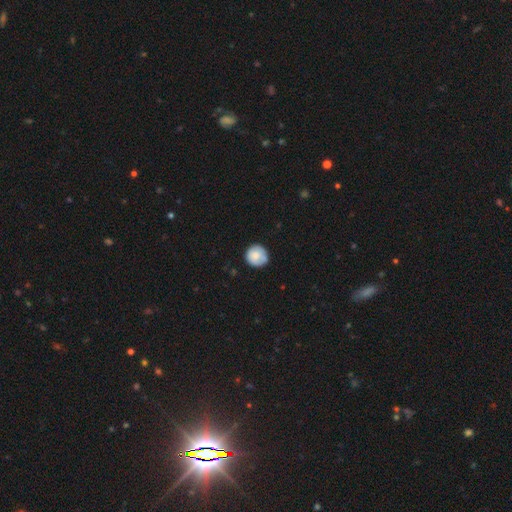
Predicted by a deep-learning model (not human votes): Smooth or featured: smooth — 82% (featured or disk — 11%)
How rounded: round — 92% (in between — 7%)
Merging: none — 80% (minor disturbance — 16%)